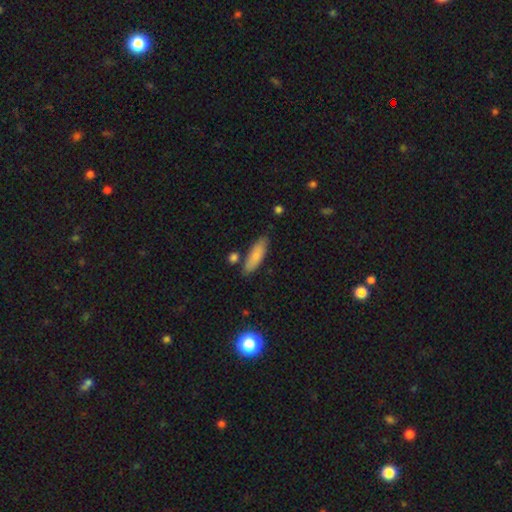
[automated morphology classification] Smooth or featured?
  - smooth: 81% *
  - featured or disk: 12%
  - star or artifact: 6%
How rounded?
  - in between: 52% *
  - cigar-shaped: 47%
  - round: 2%
Merging?
  - none: 78% *
  - minor disturbance: 14%
  - merger: 5%
  - major disturbance: 3%